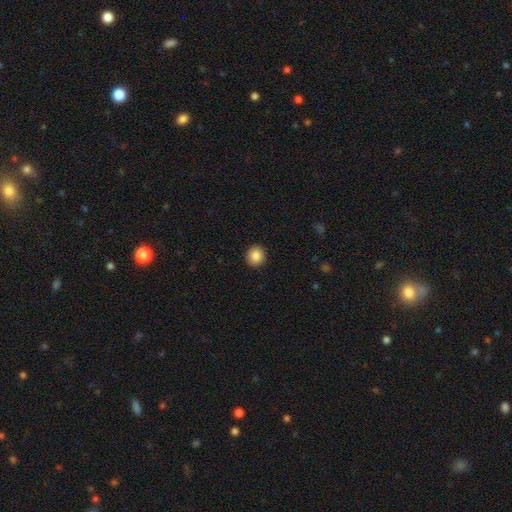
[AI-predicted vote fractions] A smooth galaxy with no disk features (86%) that is round (91%).

Vote fractions:
- Smooth or featured? smooth: 86% / star or artifact: 9% / featured or disk: 5%
- How rounded? round: 91% / in between: 8% / cigar-shaped: 1%
- Merging? none: 93% / minor disturbance: 5% / major disturbance: 2% / merger: 1%